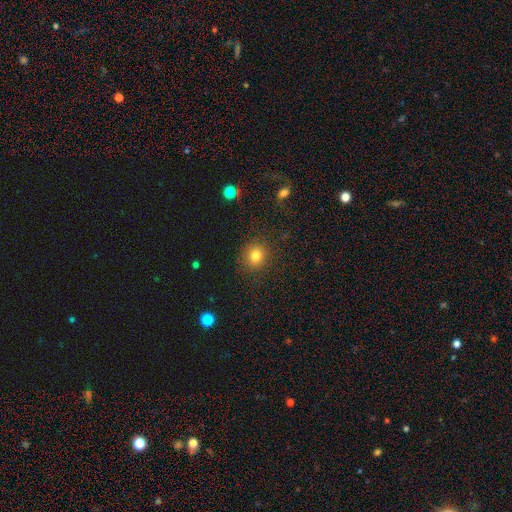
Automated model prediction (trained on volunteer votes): Smooth or featured? Predicted: smooth (p=0.80). How rounded? Predicted: round (p=0.79). Merging? Predicted: none (p=0.87).